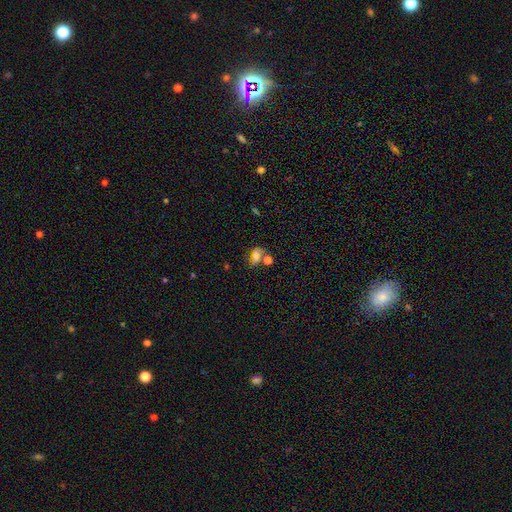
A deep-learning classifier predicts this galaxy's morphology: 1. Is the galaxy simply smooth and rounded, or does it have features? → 64% smooth, 22% featured or disk, 14% star or artifact.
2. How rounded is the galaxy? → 77% in between, 17% round, 6% cigar-shaped.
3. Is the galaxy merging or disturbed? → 42% none, 26% merger, 20% minor disturbance, 12% major disturbance.